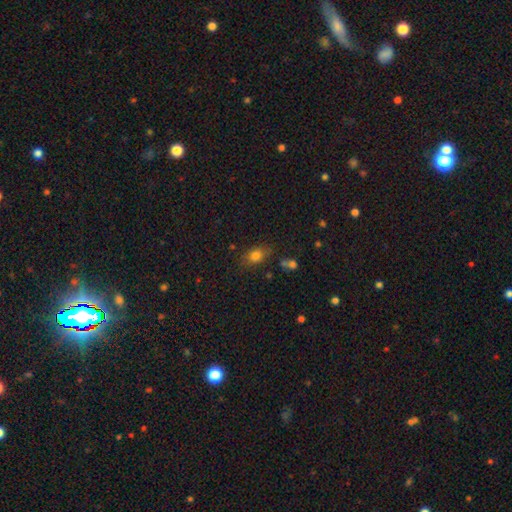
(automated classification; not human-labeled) Morphology: type=smooth (78%); roundness=in between (71%); merging=none (75%).